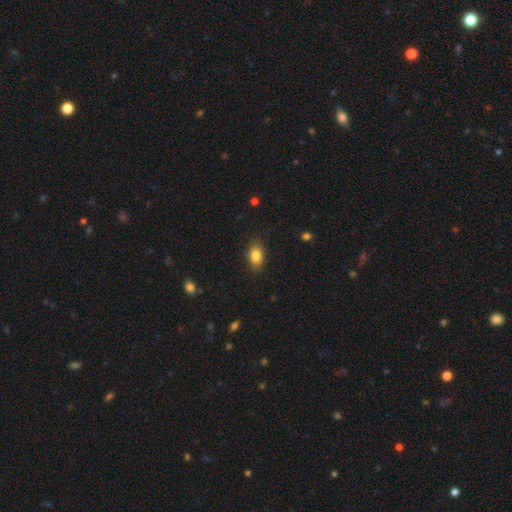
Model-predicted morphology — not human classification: This is clearly a smooth galaxy (84%). How rounded: clearly in between (85%). Merging: clearly none (83%).